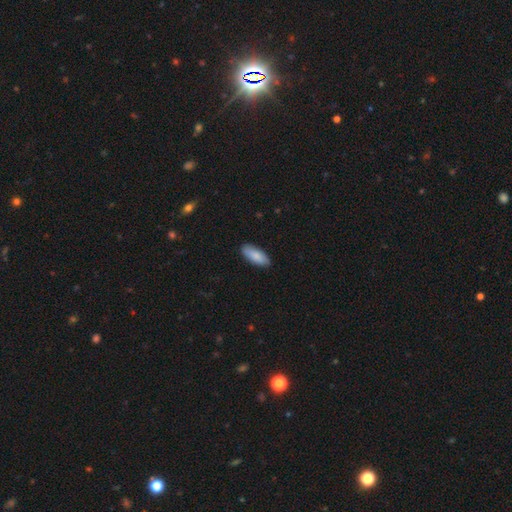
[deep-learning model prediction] Smooth or featured? smooth (84%)
How rounded? in between (80%)
Merging? none (87%)